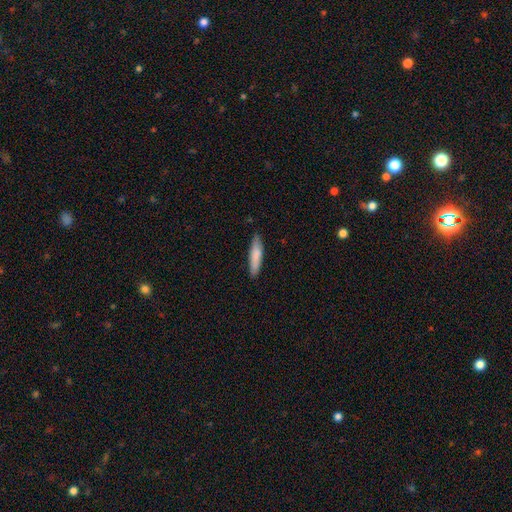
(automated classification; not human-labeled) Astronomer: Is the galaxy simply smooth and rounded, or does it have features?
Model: smooth — 82%.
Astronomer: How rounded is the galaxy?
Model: cigar-shaped — 75%.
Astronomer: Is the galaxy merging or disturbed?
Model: none — 82%.